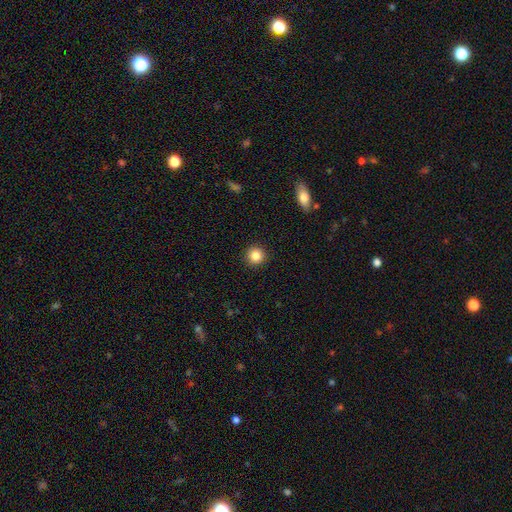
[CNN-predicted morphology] A smooth galaxy with no disk features (85%) that is round (95%). Merging: none (93%).